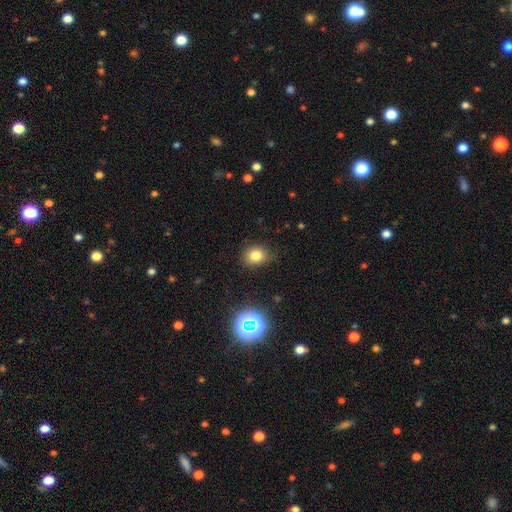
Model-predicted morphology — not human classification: A smooth galaxy with no disk features (78%) that is round (60%).

Vote fractions:
- Smooth or featured? smooth: 78% / star or artifact: 16% / featured or disk: 7%
- How rounded? round: 60% / in between: 39% / cigar-shaped: 1%
- Merging? none: 79% / minor disturbance: 16% / major disturbance: 4% / merger: 1%